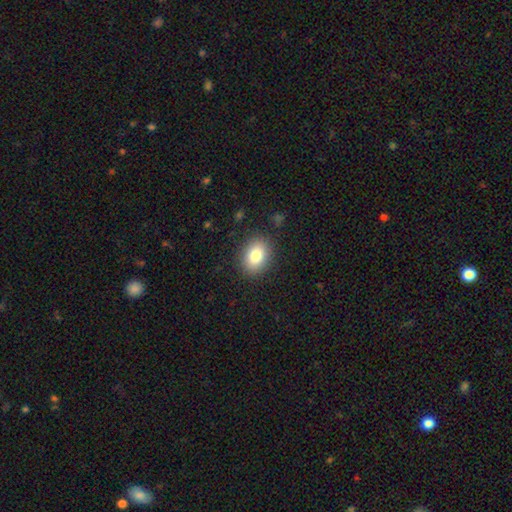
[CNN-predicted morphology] smooth_or_featured: smooth (p=0.83) [alt: featured or disk p=0.08]
how_rounded: in between (p=0.72) [alt: round p=0.27]
merging: none (p=0.87) [alt: minor disturbance p=0.09]